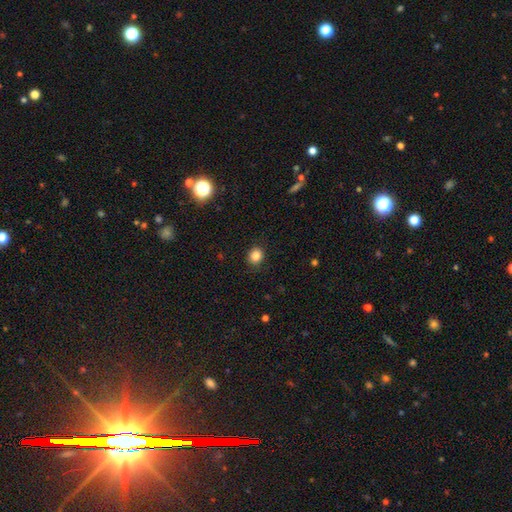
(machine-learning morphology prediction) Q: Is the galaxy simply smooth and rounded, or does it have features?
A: smooth — 84%.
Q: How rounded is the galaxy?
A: round — 77%.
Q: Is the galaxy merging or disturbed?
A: none — 89%.